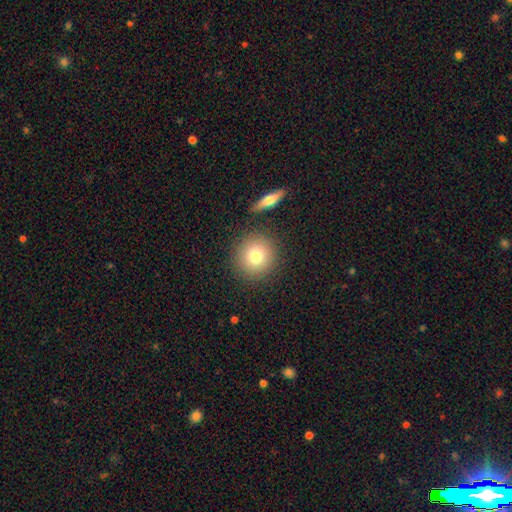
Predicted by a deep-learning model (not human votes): smooth 78%, featured or disk 12%, star or artifact 10%. Down the decision tree: how rounded — round (92%); merging — none (86%).